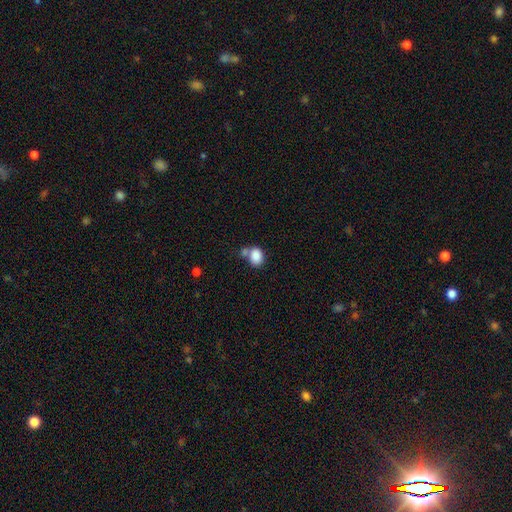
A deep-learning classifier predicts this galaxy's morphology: smooth 86%, star or artifact 9%, featured or disk 6%. Down the decision tree: how rounded — in between (63%); merging — none (44%).